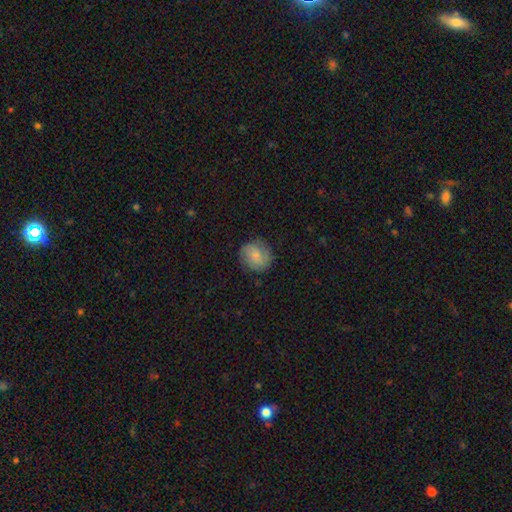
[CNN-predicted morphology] Smooth or featured: smooth — 68% (featured or disk — 24%)
How rounded: round — 79% (in between — 20%)
Merging: none — 79% (minor disturbance — 15%)